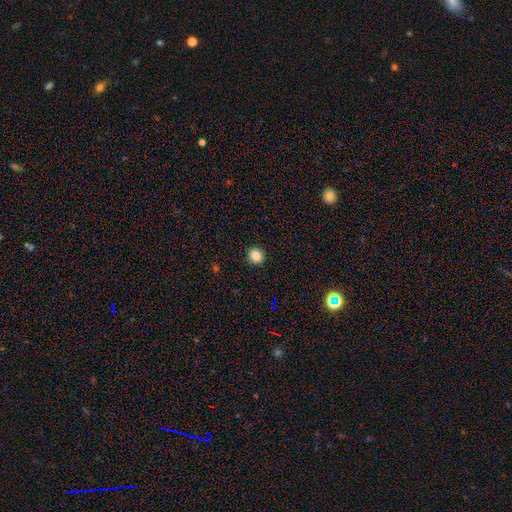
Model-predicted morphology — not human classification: This is clearly a smooth galaxy (85%). How rounded: clearly round (88%). Merging: clearly none (92%).